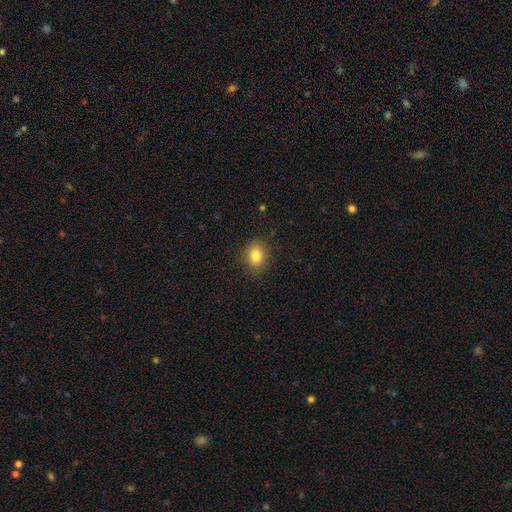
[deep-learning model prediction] A smooth galaxy with no disk features (83%) that is round (50%).

Vote fractions:
- Smooth or featured? smooth: 83% / star or artifact: 10% / featured or disk: 7%
- How rounded? round: 50% / in between: 49% / cigar-shaped: 1%
- Merging? none: 85% / minor disturbance: 11% / major disturbance: 3% / merger: 1%